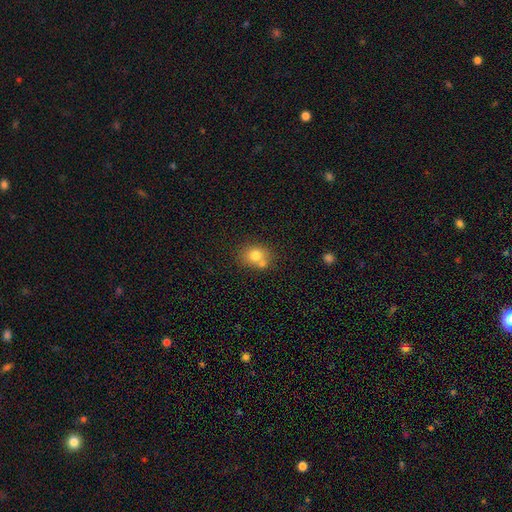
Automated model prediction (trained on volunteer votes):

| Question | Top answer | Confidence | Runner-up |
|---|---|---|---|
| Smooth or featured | smooth | 76% | featured or disk (13%) |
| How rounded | round | 63% | in between (36%) |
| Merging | none | 53% | merger (32%) |